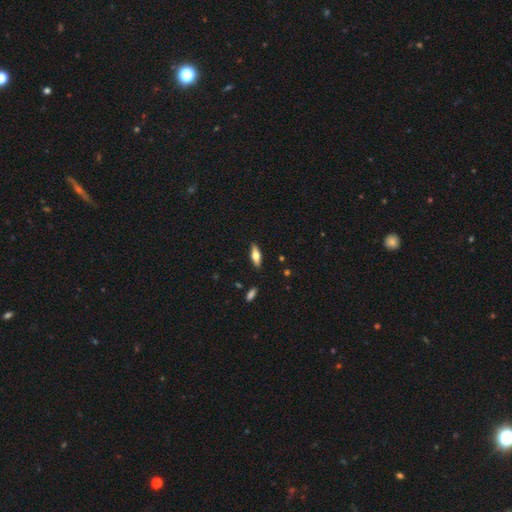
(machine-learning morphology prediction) smooth-or-featured: smooth: 57% | featured or disk: 37% | star or artifact: 6%
  how-rounded: in between: 62% | cigar-shaped: 36% | round: 2%
  merging: none: 88% | minor disturbance: 9% | major disturbance: 2% | merger: 1%